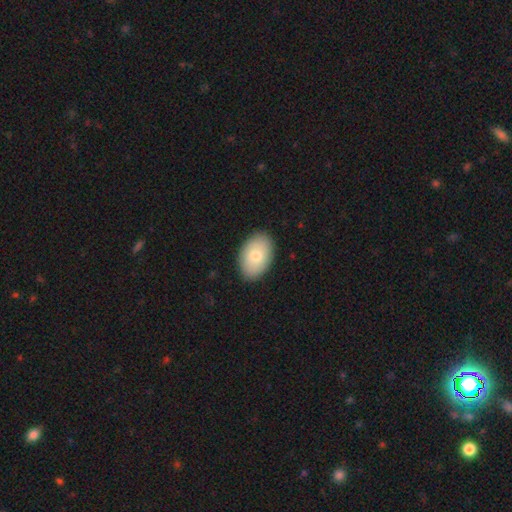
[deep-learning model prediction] Smooth or featured? smooth (76%)
How rounded? in between (88%)
Merging? none (88%)